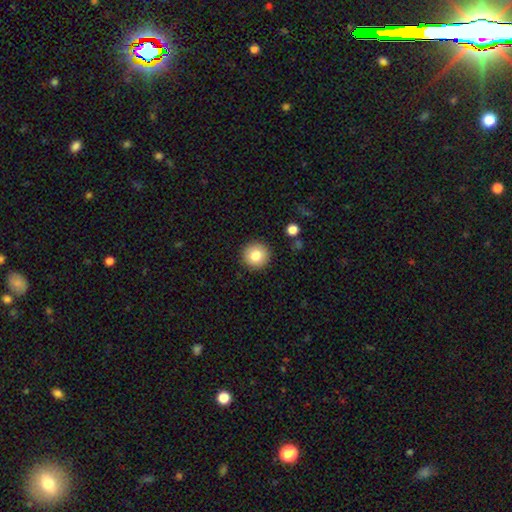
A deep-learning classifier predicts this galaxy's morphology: A smooth galaxy with no disk features (80%) that is round (95%).

Vote fractions:
- Smooth or featured? smooth: 80% / featured or disk: 10% / star or artifact: 10%
- How rounded? round: 95% / in between: 4% / cigar-shaped: 1%
- Merging? none: 91% / minor disturbance: 6% / major disturbance: 2% / merger: 1%